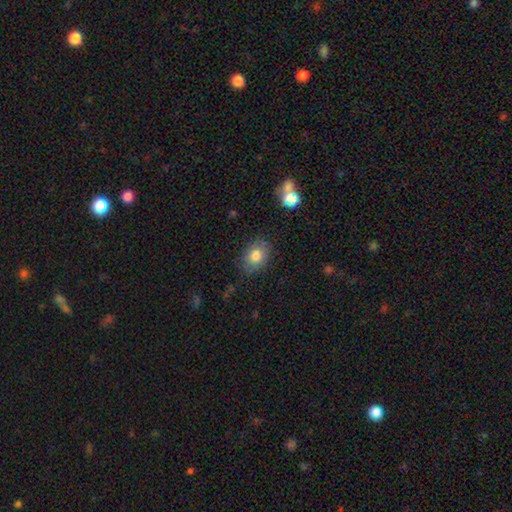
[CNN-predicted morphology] Smooth or featured?
  - smooth: 78% *
  - featured or disk: 13%
  - star or artifact: 9%
How rounded?
  - in between: 68% *
  - round: 31%
  - cigar-shaped: 1%
Merging?
  - none: 80% *
  - minor disturbance: 15%
  - major disturbance: 4%
  - merger: 2%